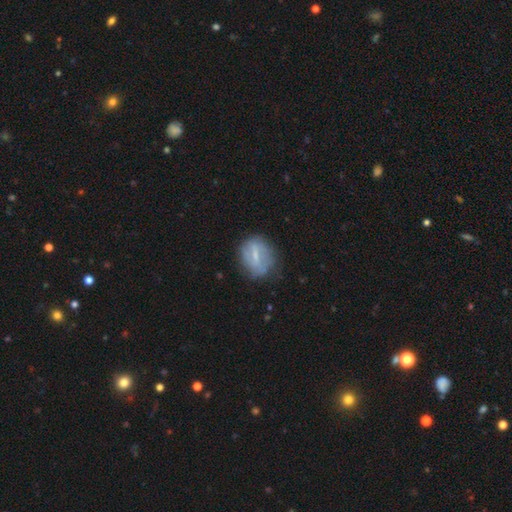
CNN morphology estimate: Smooth or featured: featured or disk — 52% (smooth — 39%)
Edge-on disk: no — 92% (yes — 8%)
Merging: none — 66% (minor disturbance — 23%)